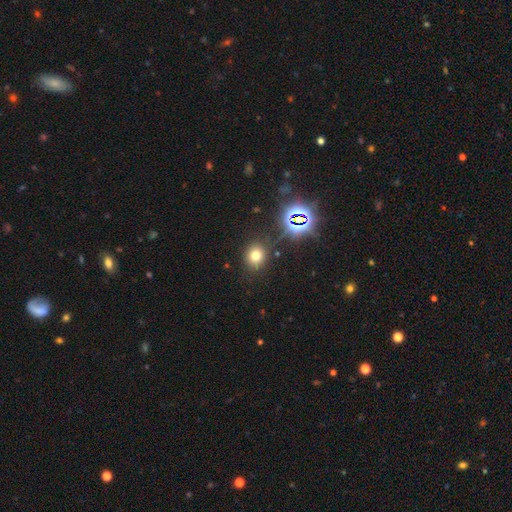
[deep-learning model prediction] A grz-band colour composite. It shows a smooth galaxy with no disk features (69%) that is round (69%). Merging: none (83%).